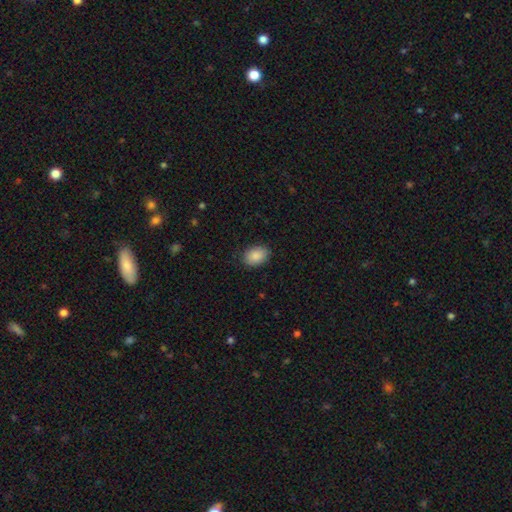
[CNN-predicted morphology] Smooth or featured? smooth (89%)
How rounded? in between (78%)
Merging? none (86%)